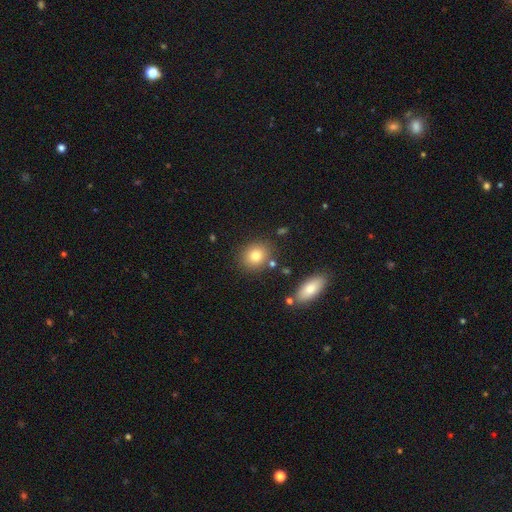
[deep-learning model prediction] Smooth or featured: smooth — 80% (star or artifact — 11%)
How rounded: round — 73% (in between — 26%)
Merging: none — 81% (minor disturbance — 10%)